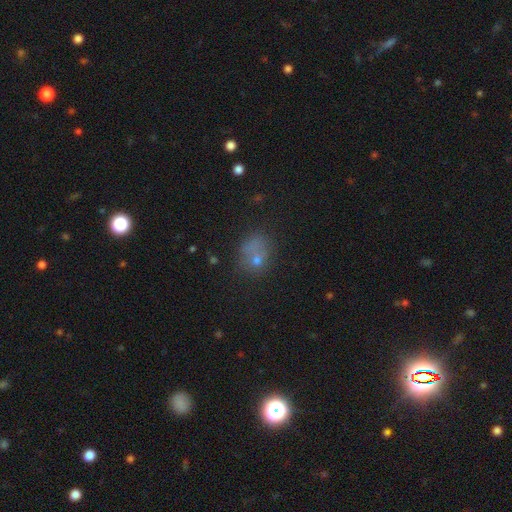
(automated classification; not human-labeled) smooth 61%, star or artifact 22%, featured or disk 17%. Down the decision tree: how rounded — round (54%); merging — none (46%).